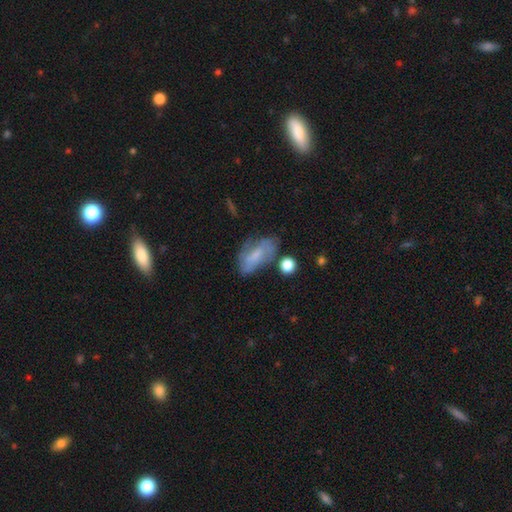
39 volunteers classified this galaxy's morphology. A smooth galaxy with no disk features (62%) that is in between round and cigar-shaped (79%). Merging: none (46%).